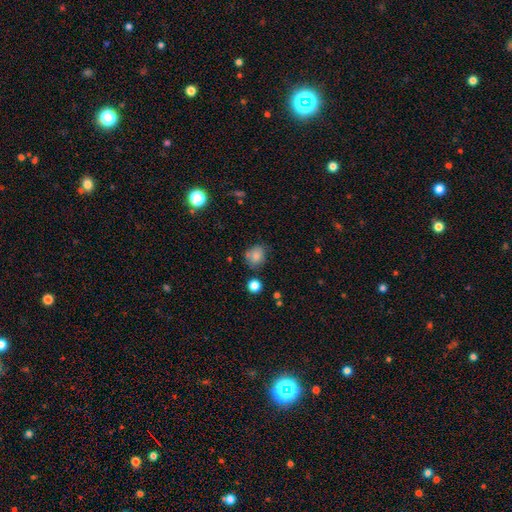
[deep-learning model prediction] A smooth galaxy with no disk features (80%) that is round (67%). Merging: none (68%).